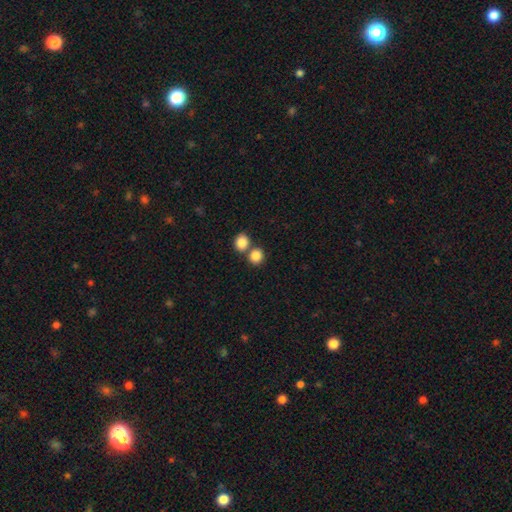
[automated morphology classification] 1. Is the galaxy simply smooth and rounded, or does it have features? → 86% smooth, 9% star or artifact, 5% featured or disk.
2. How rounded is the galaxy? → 79% round, 20% in between, 1% cigar-shaped.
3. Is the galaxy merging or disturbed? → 55% none, 35% merger, 7% minor disturbance, 3% major disturbance.